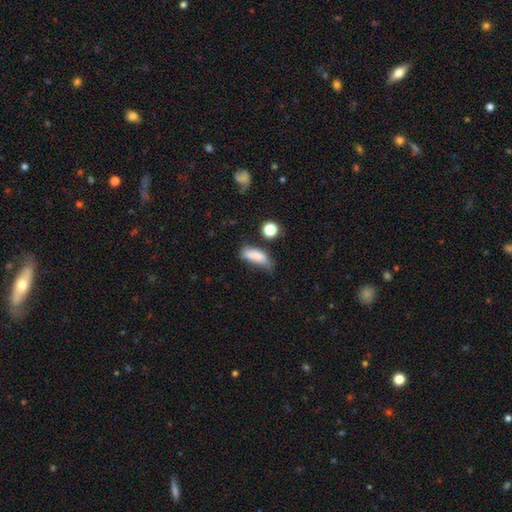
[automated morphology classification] A smooth galaxy with no disk features (76%) that is in between round and cigar-shaped (73%). Merging: minor disturbance (37%).